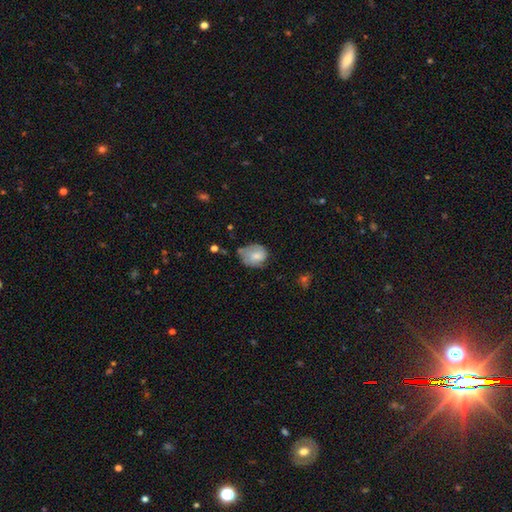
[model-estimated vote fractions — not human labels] Smooth or featured? smooth (65%)
How rounded? round (55%)
Merging? none (41%)